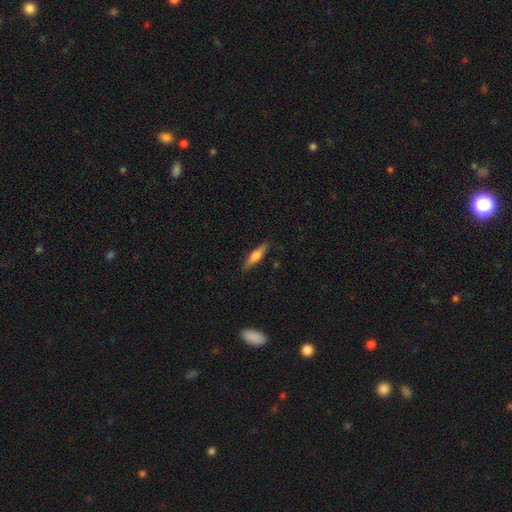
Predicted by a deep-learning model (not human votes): Morphology: type=smooth (61%); roundness=cigar-shaped (76%); merging=none (87%).